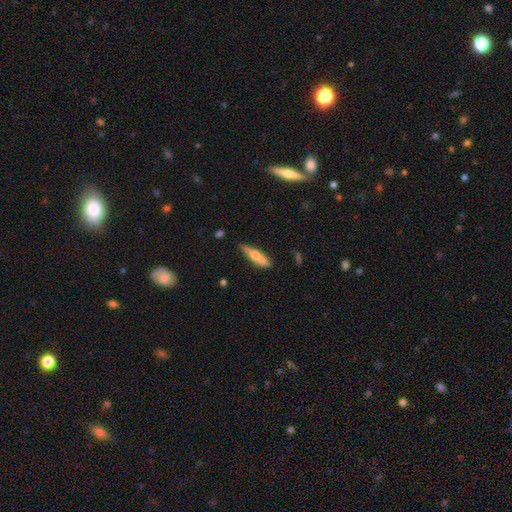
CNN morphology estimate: The model was most divided on "smooth or featured": smooth: 51%, featured or disk: 43%, star or artifact: 6%. More confident: merging — none (74%); how rounded — cigar-shaped (73%).